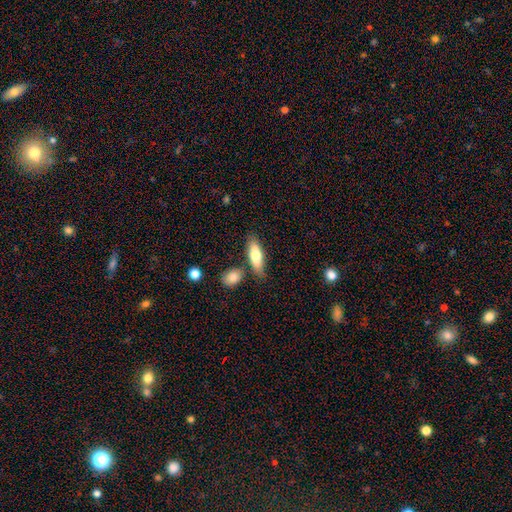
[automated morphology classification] smooth_or_featured: smooth (p=0.75) [alt: featured or disk p=0.19]
how_rounded: in between (p=0.60) [alt: cigar-shaped p=0.38]
merging: none (p=0.70) [alt: minor disturbance p=0.14]